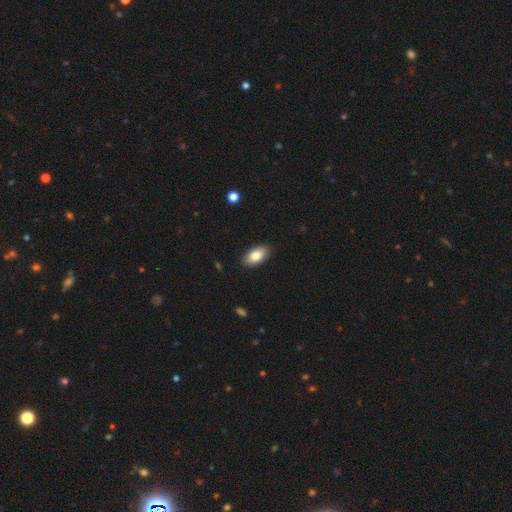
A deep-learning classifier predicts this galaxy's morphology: Overall: smooth (81%). How rounded: in between (92%). Merging: none (88%).